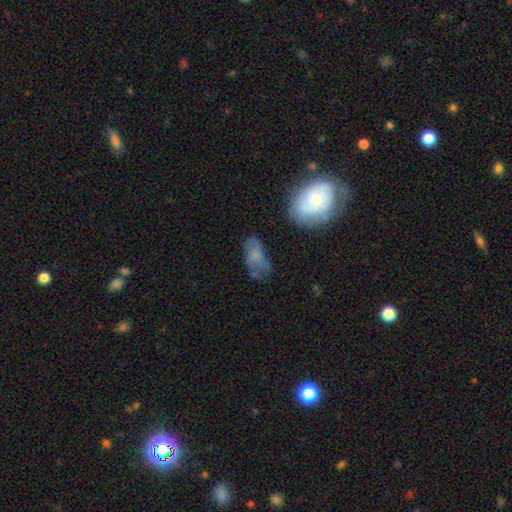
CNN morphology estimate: Overall: smooth (56%; featured or disk 32%). How rounded: in between (88%). Merging: none (49%; minor disturbance 27%).